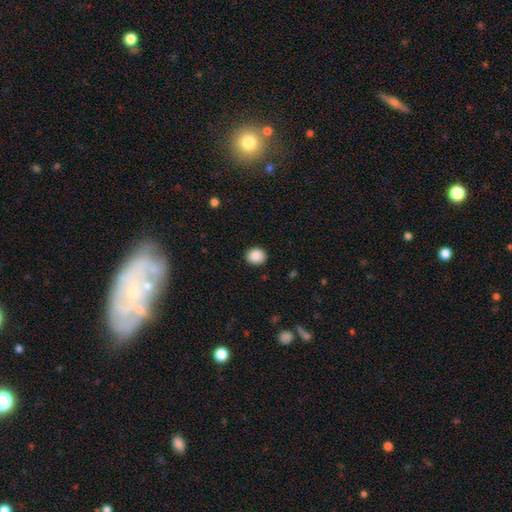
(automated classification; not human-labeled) A smooth galaxy with no disk features (88%) that is round (70%).

Vote fractions:
- Smooth or featured? smooth: 88% / star or artifact: 8% / featured or disk: 3%
- How rounded? round: 70% / in between: 29% / cigar-shaped: 1%
- Merging? none: 90% / minor disturbance: 7% / major disturbance: 2% / merger: 1%